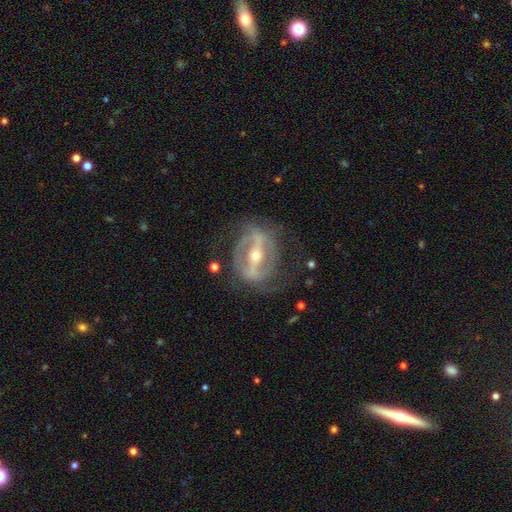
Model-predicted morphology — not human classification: Smooth or featured? featured or disk (87%)
Edge-on disk? no (90%)
Bar? strong (78%)
Spiral arms? yes (76%)
Spiral winding? medium (41%)
Spiral arm count? 2 (70%)
Bulge size? moderate (51%)
Merging? none (67%)